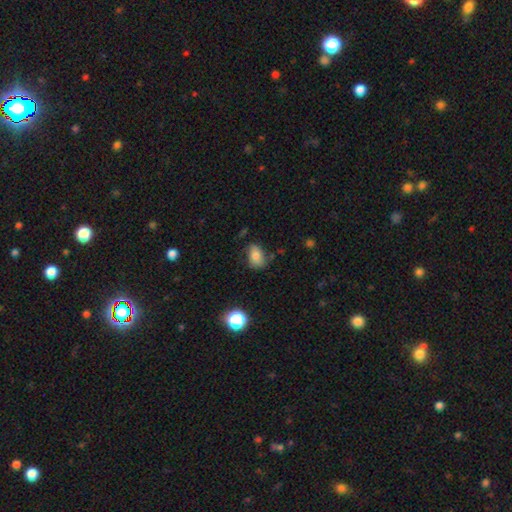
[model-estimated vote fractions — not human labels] Morphology: type=smooth (77%); roundness=in between (81%); merging=none (63%).